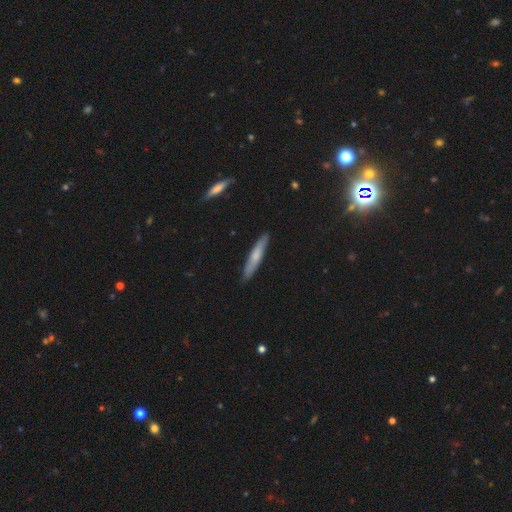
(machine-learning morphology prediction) A smooth galaxy with no disk features (60%) that is cigar-shaped (92%). Merging: none (89%).